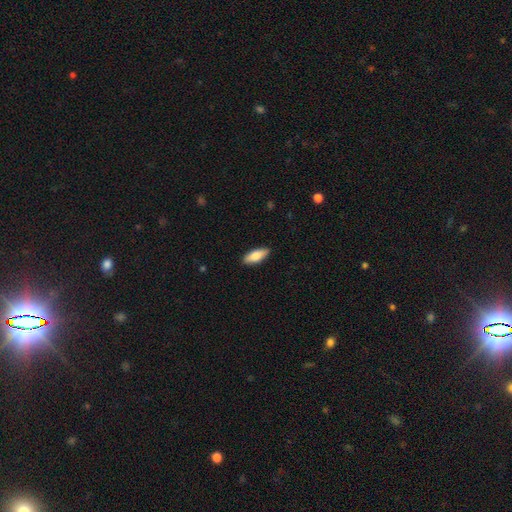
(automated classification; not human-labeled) The model was most divided on "how rounded": in between: 74%, cigar-shaped: 24%, round: 2%. More confident: merging — none (89%); smooth or featured — smooth (82%).